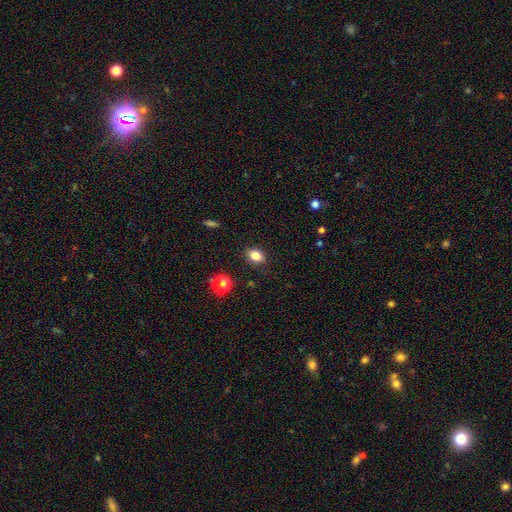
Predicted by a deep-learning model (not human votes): Smooth or featured? smooth (83%)
How rounded? in between (67%)
Merging? none (86%)